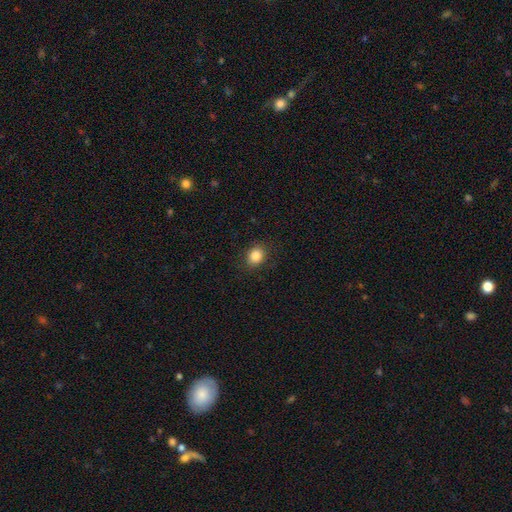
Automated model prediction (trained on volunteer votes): The model was most divided on "how rounded": round: 59%, in between: 40%, cigar-shaped: 1%. More confident: merging — none (87%); smooth or featured — smooth (85%).